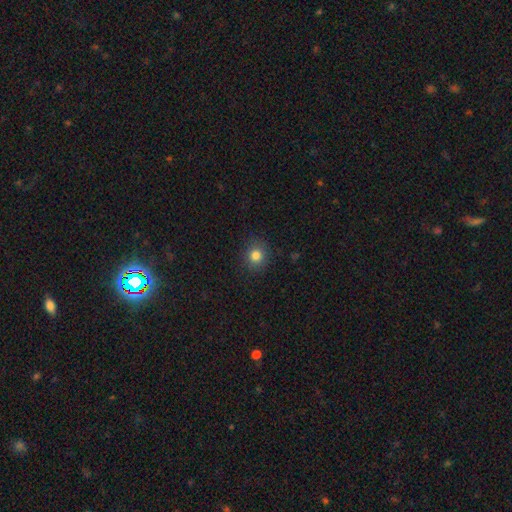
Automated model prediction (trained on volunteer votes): Smooth or featured? smooth (82%)
How rounded? round (86%)
Merging? none (90%)